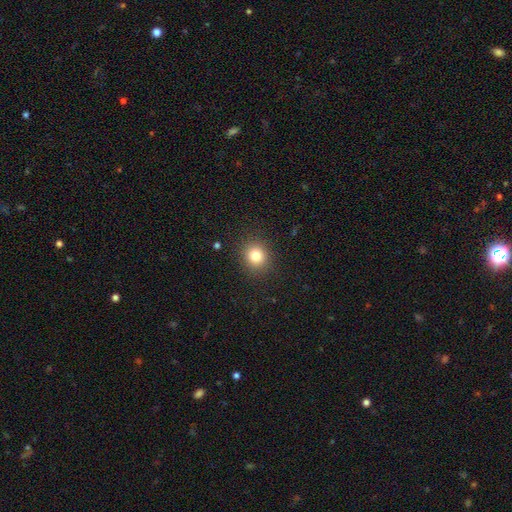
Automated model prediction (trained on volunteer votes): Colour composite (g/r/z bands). It shows a smooth galaxy with no disk features (81%) that is round (82%). Merging: none (89%).